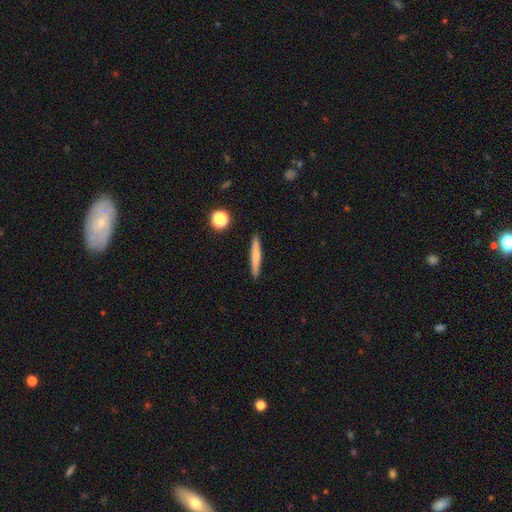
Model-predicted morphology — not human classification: smooth_or_featured: smooth (p=0.66) [alt: featured or disk p=0.27]
how_rounded: cigar-shaped (p=0.94) [alt: in between p=0.04]
merging: none (p=0.91) [alt: minor disturbance p=0.07]